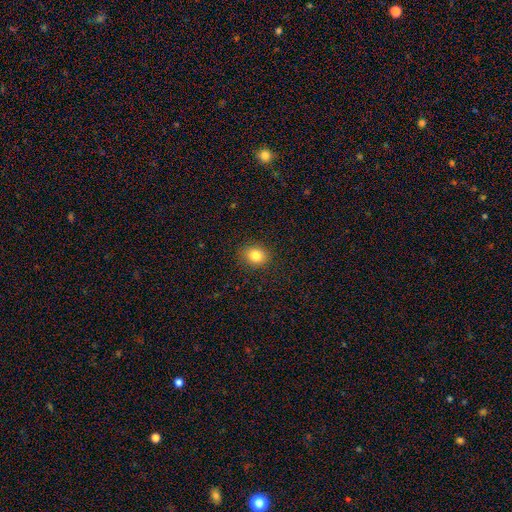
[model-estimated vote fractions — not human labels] A smooth galaxy with no disk features (83%) that is round (66%). Merging: none (89%).